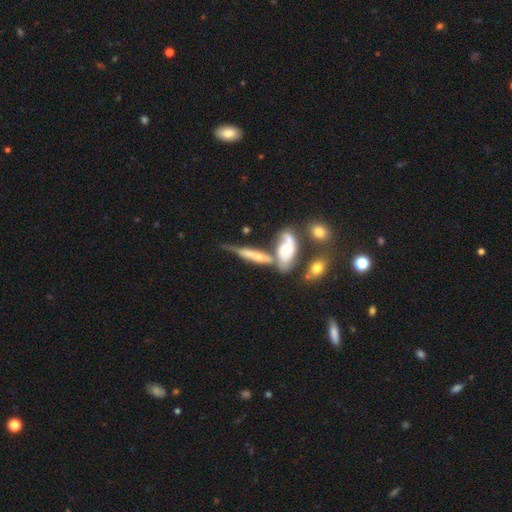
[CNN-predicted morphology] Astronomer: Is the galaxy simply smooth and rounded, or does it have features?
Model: featured or disk — 50% (runner-up: smooth, 42%).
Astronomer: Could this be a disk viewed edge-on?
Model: yes — 66%.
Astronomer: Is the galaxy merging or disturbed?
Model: merger — 40% (runner-up: none, 31%).